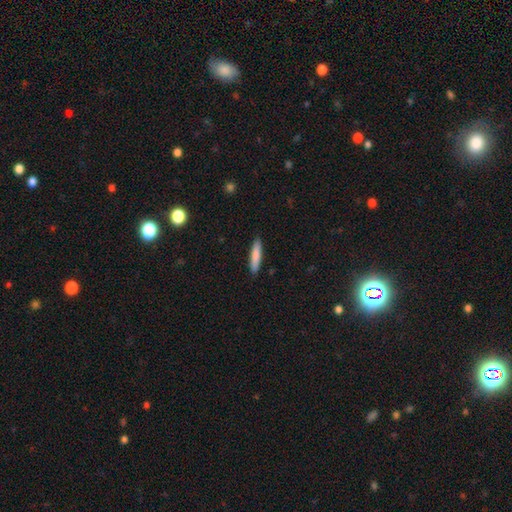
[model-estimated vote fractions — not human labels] Smooth or featured?
  - smooth: 81% *
  - featured or disk: 13%
  - star or artifact: 6%
How rounded?
  - cigar-shaped: 87% *
  - in between: 12%
  - round: 1%
Merging?
  - none: 89% *
  - minor disturbance: 8%
  - major disturbance: 2%
  - merger: 1%